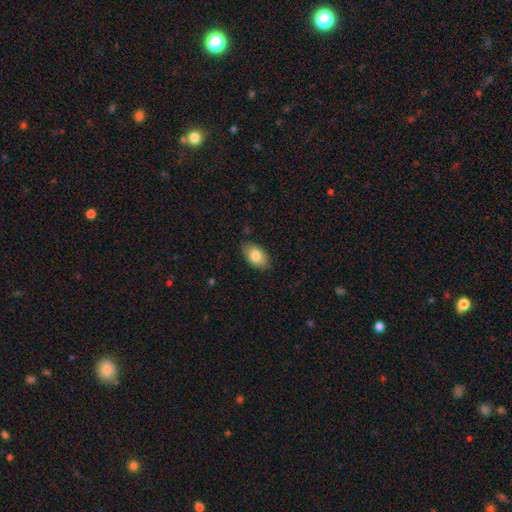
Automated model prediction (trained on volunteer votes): Morphology: type=smooth (81%); roundness=in between (92%); merging=none (83%).